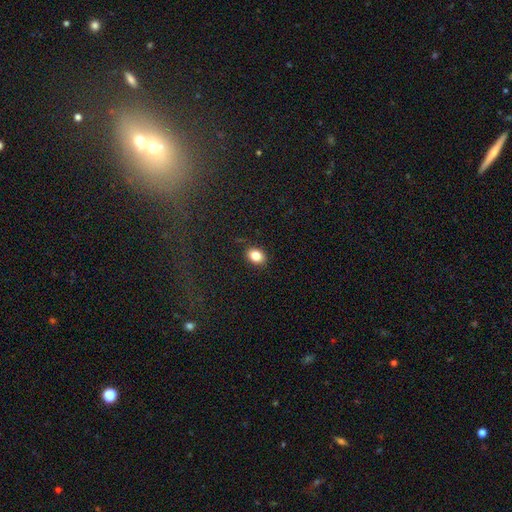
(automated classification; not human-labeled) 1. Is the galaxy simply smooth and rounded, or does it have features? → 84% smooth, 10% star or artifact, 7% featured or disk.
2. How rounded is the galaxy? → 68% in between, 31% round, 1% cigar-shaped.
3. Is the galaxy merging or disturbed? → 86% none, 11% minor disturbance, 2% major disturbance, 1% merger.